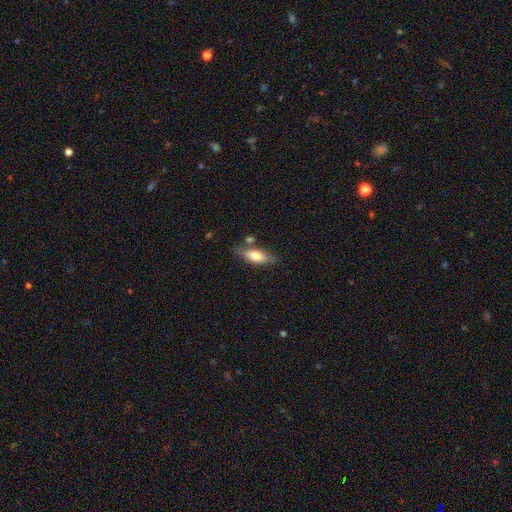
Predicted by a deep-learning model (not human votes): A smooth galaxy with no disk features (71%) that is in between round and cigar-shaped (71%). Merging: none (67%).